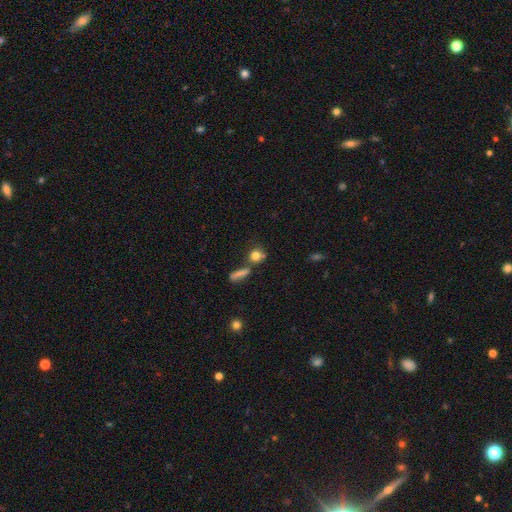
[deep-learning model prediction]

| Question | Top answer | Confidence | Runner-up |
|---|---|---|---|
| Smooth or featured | smooth | 79% | star or artifact (12%) |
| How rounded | round | 79% | in between (16%) |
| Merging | none | 59% | merger (22%) |